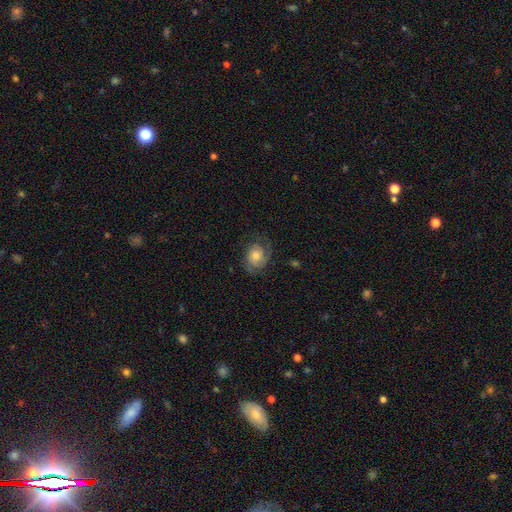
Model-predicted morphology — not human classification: featured or disk 57%, smooth 34%, star or artifact 9%. Down the decision tree: edge-on disk — no (97%); bar — no (78%); spiral arms — yes (88%); bulge size — moderate (53%); merging — none (67%).